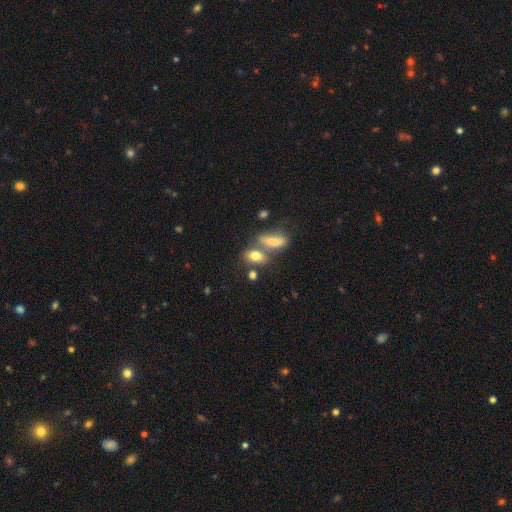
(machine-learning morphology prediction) Smooth or featured? Predicted: smooth (p=0.77). How rounded? Predicted: in between (p=0.77). Merging? Predicted: none (p=0.46).